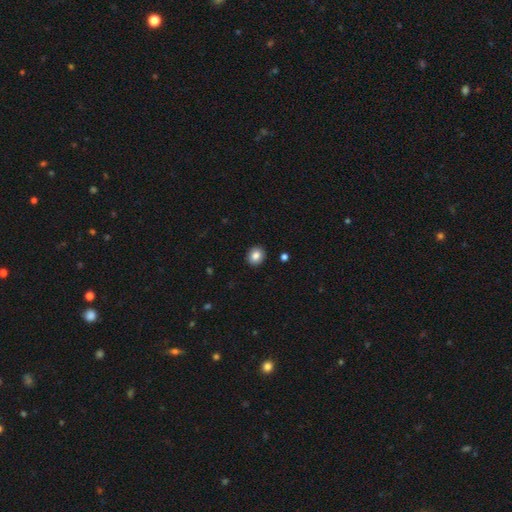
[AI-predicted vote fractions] A smooth galaxy with no disk features (84%) that is round (73%). Merging: none (91%).